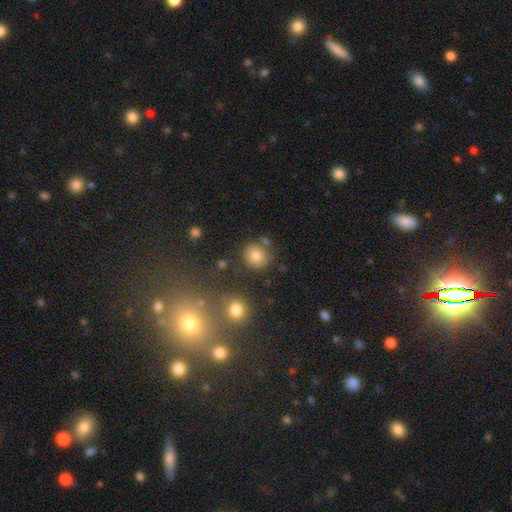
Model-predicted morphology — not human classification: smooth 81%, star or artifact 13%, featured or disk 6%. Down the decision tree: how rounded — round (82%); merging — none (77%).